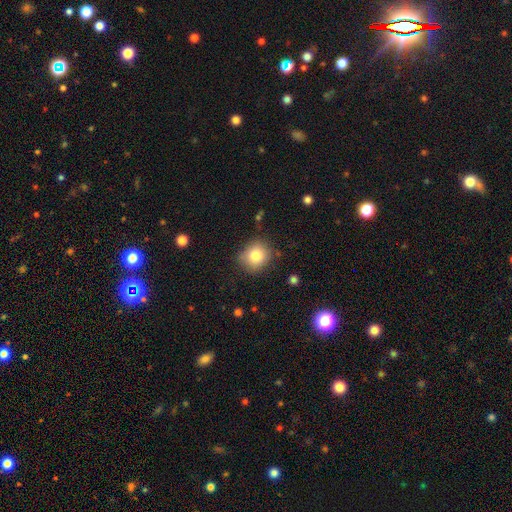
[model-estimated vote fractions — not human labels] smooth-or-featured: smooth: 81% | star or artifact: 10% | featured or disk: 9%
  how-rounded: round: 82% | in between: 17% | cigar-shaped: 1%
  merging: none: 81% | minor disturbance: 13% | major disturbance: 3% | merger: 2%